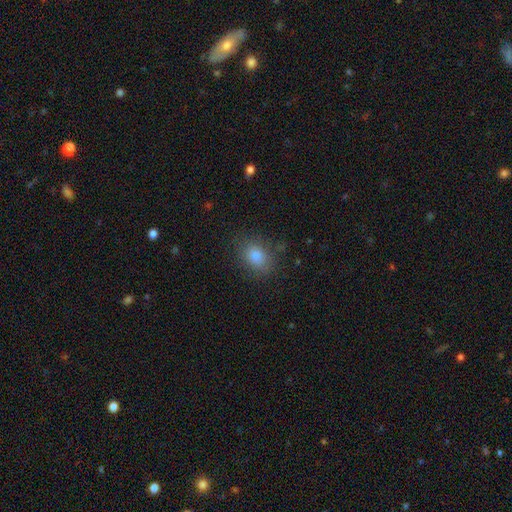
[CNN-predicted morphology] Q: Smooth or featured?
A: smooth (81%); runner-up: star or artifact (11%)
Q: How rounded?
A: in between (62%); runner-up: round (37%)
Q: Merging?
A: none (82%); runner-up: minor disturbance (12%)